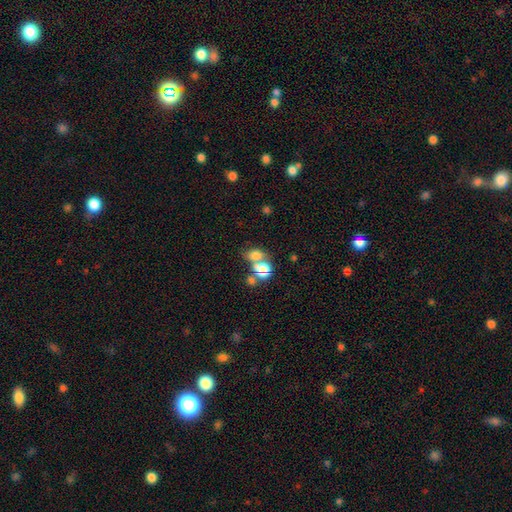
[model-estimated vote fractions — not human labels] smooth 68%, featured or disk 16%, star or artifact 16%. Down the decision tree: how rounded — in between (59%); merging — merger (52%).